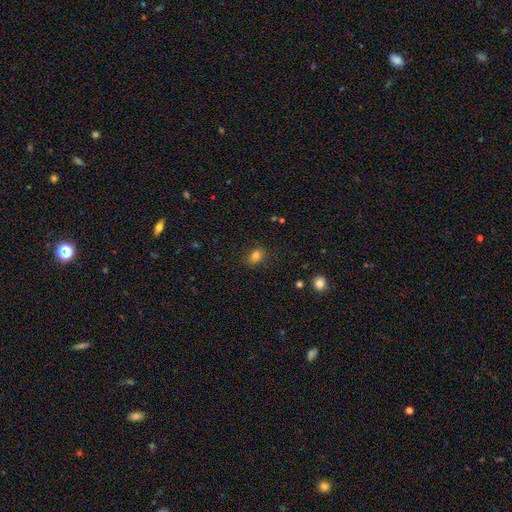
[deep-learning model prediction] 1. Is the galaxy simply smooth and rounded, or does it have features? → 81% smooth, 13% star or artifact, 6% featured or disk.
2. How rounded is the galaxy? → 62% in between, 36% round, 1% cigar-shaped.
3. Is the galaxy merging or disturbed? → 80% none, 15% minor disturbance, 4% major disturbance, 2% merger.